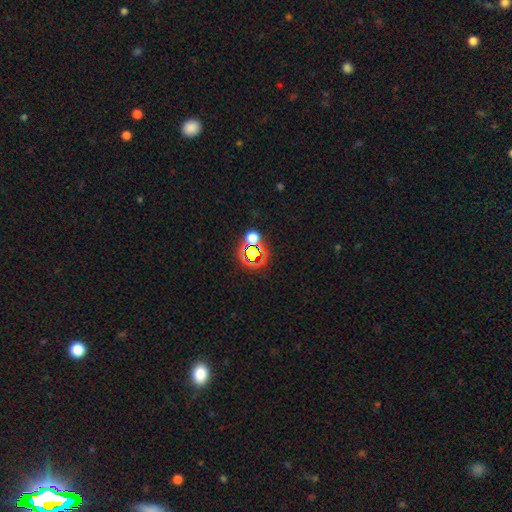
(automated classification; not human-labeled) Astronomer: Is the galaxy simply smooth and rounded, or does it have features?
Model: star or artifact — 58%.